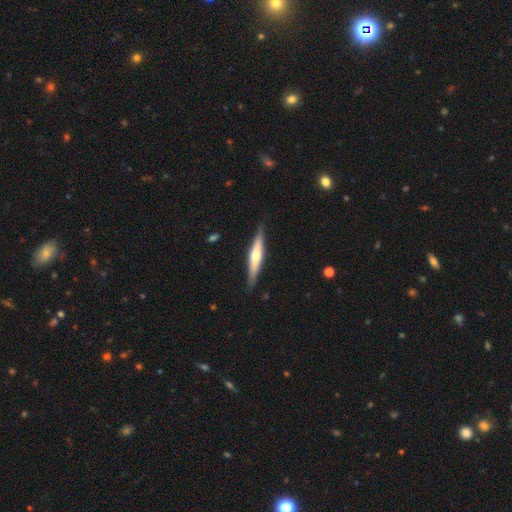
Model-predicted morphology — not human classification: Overall: featured or disk (55%; smooth 40%). Edge-on disk: yes (94%). Edge-on bulge: rounded (81%). Merging: none (86%).